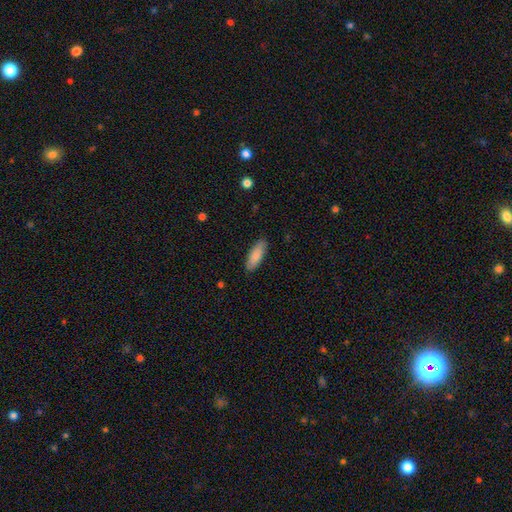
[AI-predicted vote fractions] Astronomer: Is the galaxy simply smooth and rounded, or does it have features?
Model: smooth — 84%.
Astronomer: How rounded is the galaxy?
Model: in between — 62%.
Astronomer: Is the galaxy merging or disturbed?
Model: none — 87%.